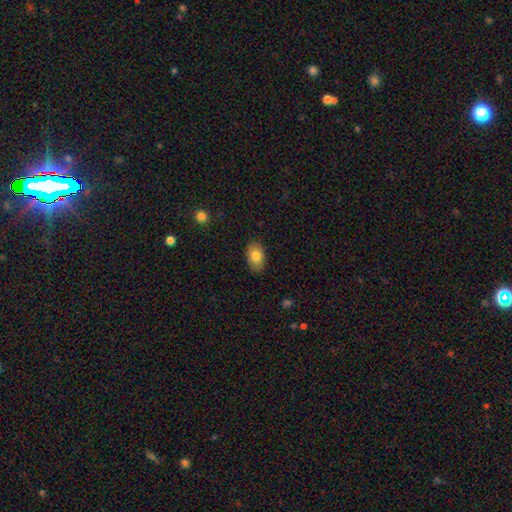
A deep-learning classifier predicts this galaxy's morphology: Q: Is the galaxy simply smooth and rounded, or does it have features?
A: smooth — 81%.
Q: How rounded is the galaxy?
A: in between — 88%.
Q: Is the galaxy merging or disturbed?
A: none — 86%.